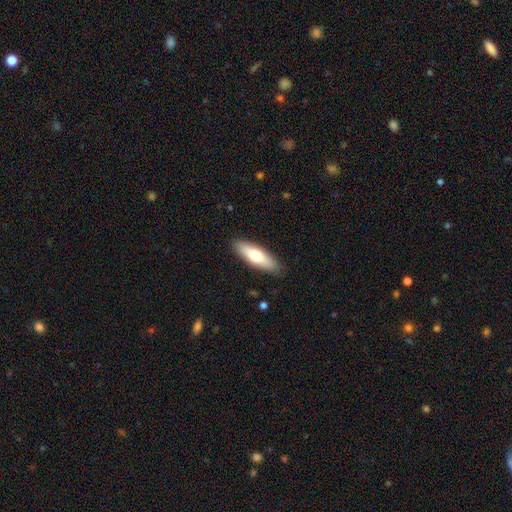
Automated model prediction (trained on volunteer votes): Q: Smooth or featured?
A: smooth (63%); runner-up: featured or disk (31%)
Q: How rounded?
A: in between (52%); runner-up: cigar-shaped (46%)
Q: Merging?
A: none (88%); runner-up: minor disturbance (9%)